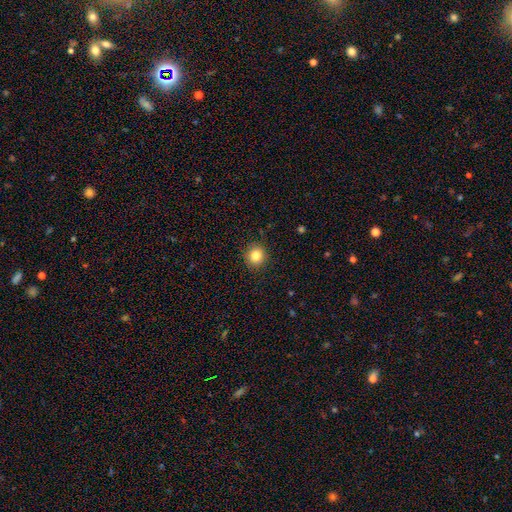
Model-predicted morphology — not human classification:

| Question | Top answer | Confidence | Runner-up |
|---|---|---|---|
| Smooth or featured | smooth | 83% | star or artifact (11%) |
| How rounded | round | 89% | in between (11%) |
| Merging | none | 91% | minor disturbance (6%) |